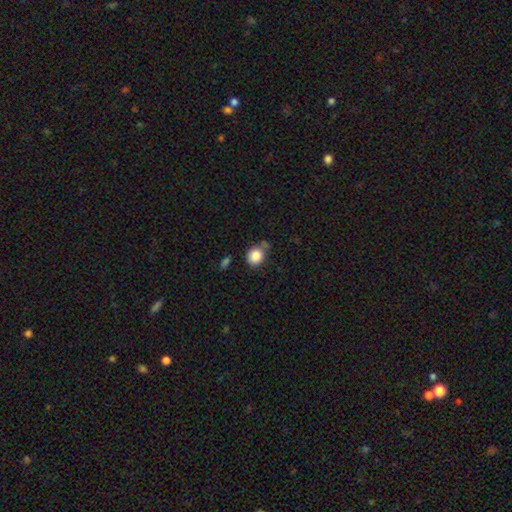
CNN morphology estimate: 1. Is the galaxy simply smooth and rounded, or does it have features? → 87% smooth, 9% star or artifact, 5% featured or disk.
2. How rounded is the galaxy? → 71% round, 28% in between, 1% cigar-shaped.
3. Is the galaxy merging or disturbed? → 63% none, 19% minor disturbance, 12% merger, 6% major disturbance.